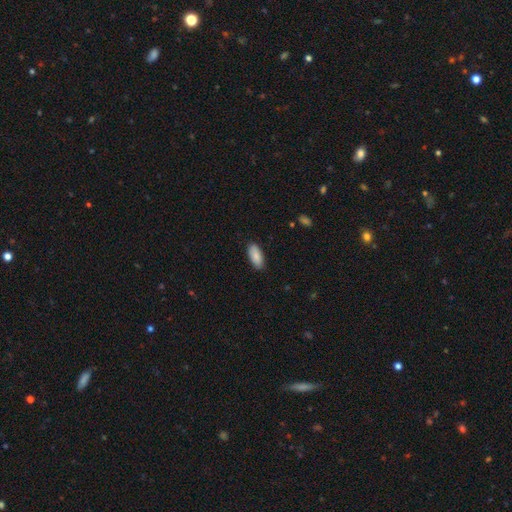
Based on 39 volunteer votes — Smooth or featured? 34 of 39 (87%) said smooth. How rounded? 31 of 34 (91%) said in between. Merging? 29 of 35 (83%) said none.